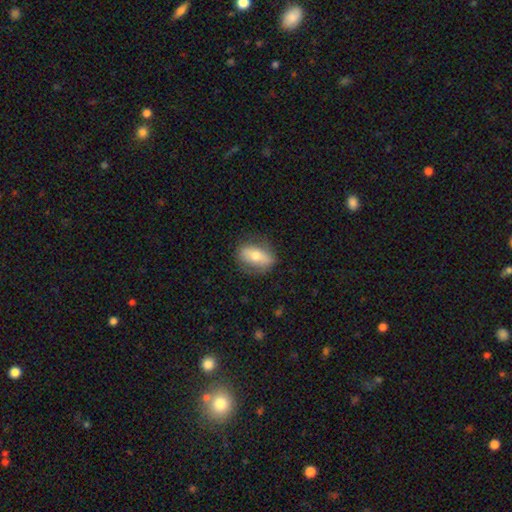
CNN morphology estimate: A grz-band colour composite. It shows a smooth galaxy with no disk features (60%) that is in between round and cigar-shaped (79%). Merging: none (78%).